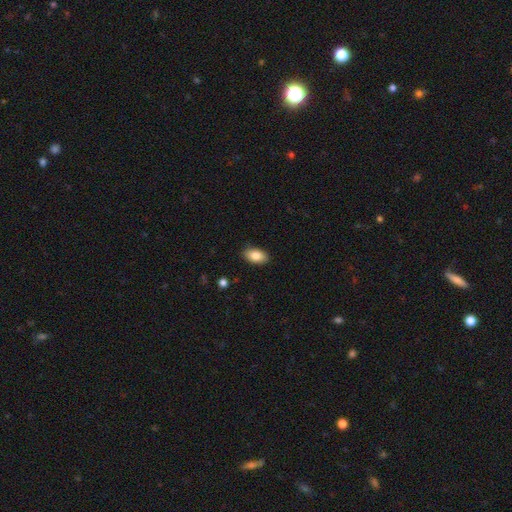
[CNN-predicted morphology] Smooth or featured: smooth — 85% (featured or disk — 8%)
How rounded: in between — 92% (round — 6%)
Merging: none — 89% (minor disturbance — 8%)